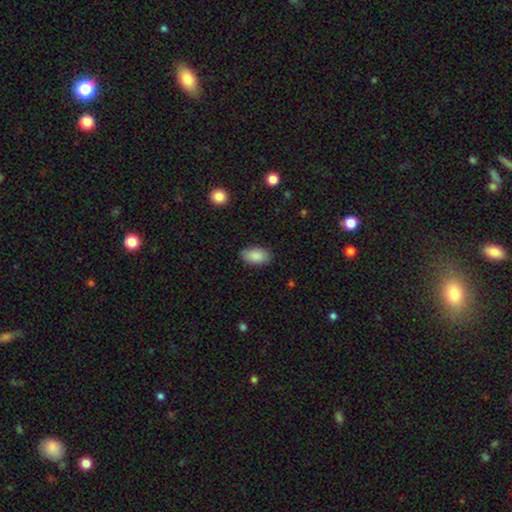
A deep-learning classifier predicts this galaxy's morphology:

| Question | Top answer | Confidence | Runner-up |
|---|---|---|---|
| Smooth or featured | smooth | 88% | star or artifact (6%) |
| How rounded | in between | 94% | round (4%) |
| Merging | none | 84% | minor disturbance (13%) |